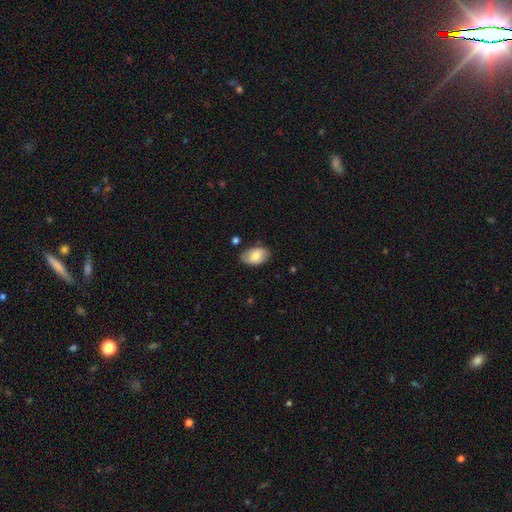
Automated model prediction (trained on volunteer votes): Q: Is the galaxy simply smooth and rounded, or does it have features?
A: smooth — 72%.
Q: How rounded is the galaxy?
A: in between — 90%.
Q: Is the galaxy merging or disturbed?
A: none — 72%.